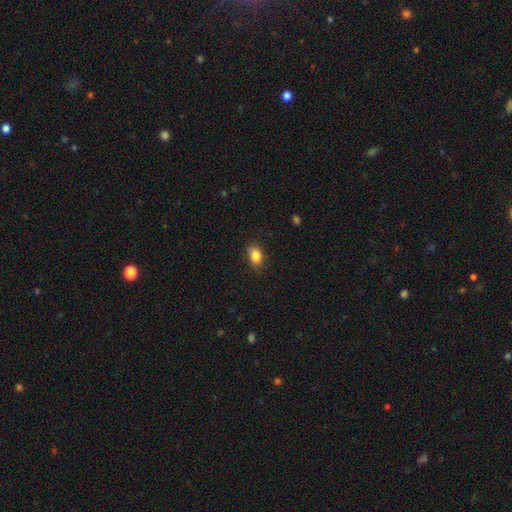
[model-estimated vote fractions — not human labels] A smooth galaxy with no disk features (85%) that is in between round and cigar-shaped (81%). Merging: none (81%).